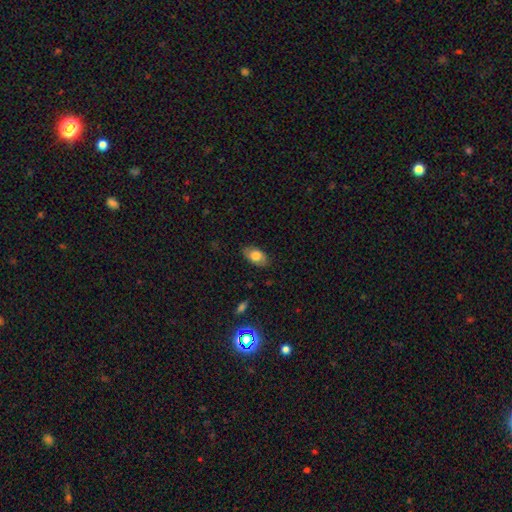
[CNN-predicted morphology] smooth 77%, featured or disk 15%, star or artifact 7%. Down the decision tree: how rounded — in between (91%); merging — none (83%).